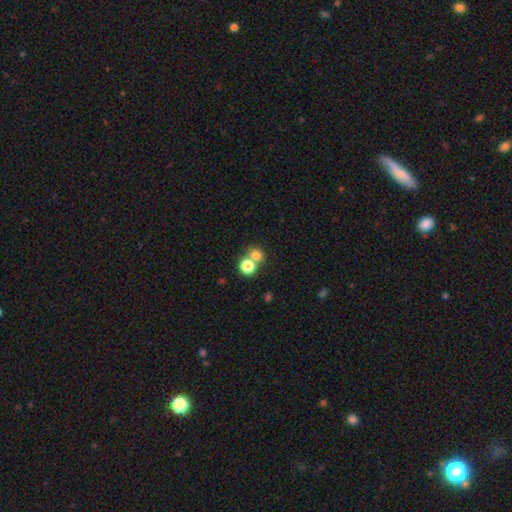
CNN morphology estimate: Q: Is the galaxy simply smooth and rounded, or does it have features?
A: smooth — 73%.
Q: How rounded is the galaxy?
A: round — 81%.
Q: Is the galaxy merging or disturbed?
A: none — 50%.